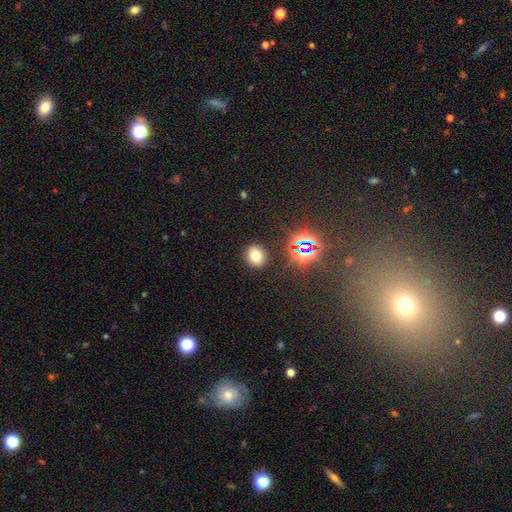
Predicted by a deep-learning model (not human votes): Smooth or featured? smooth (70%)
How rounded? round (76%)
Merging? none (89%)